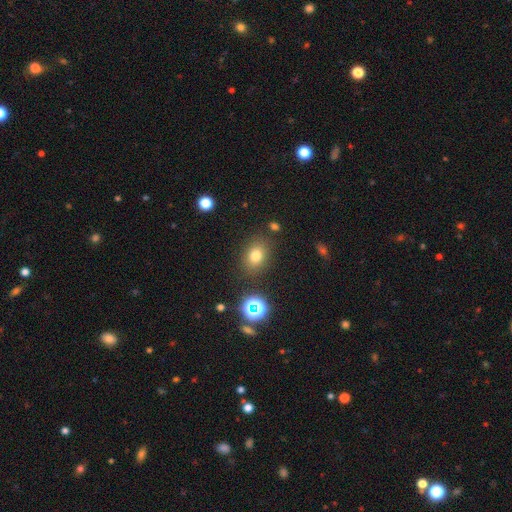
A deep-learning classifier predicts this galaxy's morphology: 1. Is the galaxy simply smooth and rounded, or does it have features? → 73% smooth, 17% star or artifact, 9% featured or disk.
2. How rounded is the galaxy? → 57% in between, 42% round, 1% cigar-shaped.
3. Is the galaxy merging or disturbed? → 82% none, 10% minor disturbance, 4% major disturbance, 3% merger.